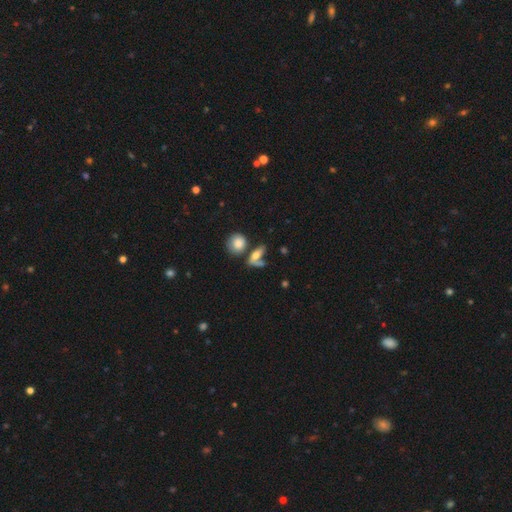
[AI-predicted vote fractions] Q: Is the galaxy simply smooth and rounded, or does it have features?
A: smooth — 61%.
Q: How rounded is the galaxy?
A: in between — 57%.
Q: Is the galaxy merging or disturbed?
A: none — 43%.